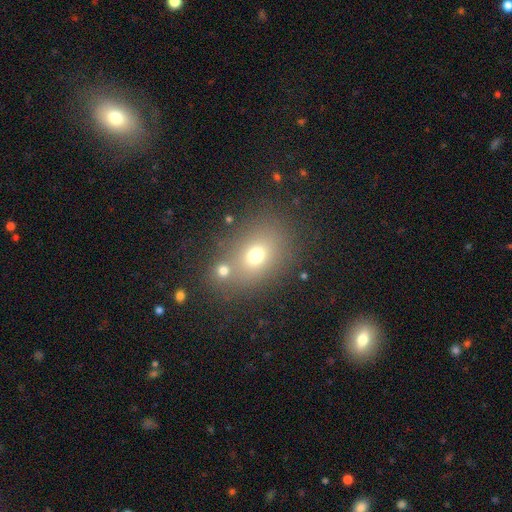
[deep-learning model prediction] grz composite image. It shows a smooth galaxy with no disk features (69%) that is in between round and cigar-shaped (56%). Merging: none (59%).